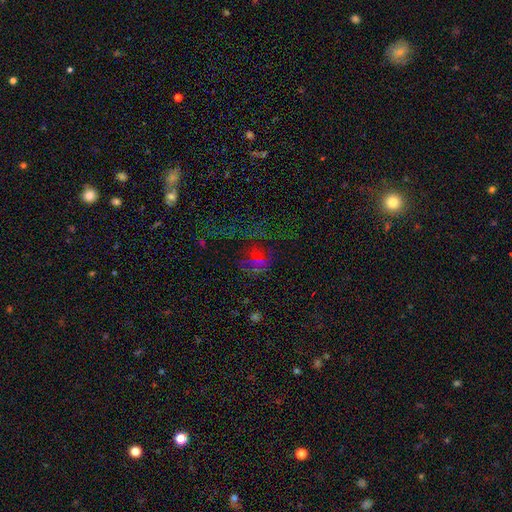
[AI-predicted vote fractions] The model was most divided on "smooth or featured": star or artifact: 48%, smooth: 32%, featured or disk: 20%.